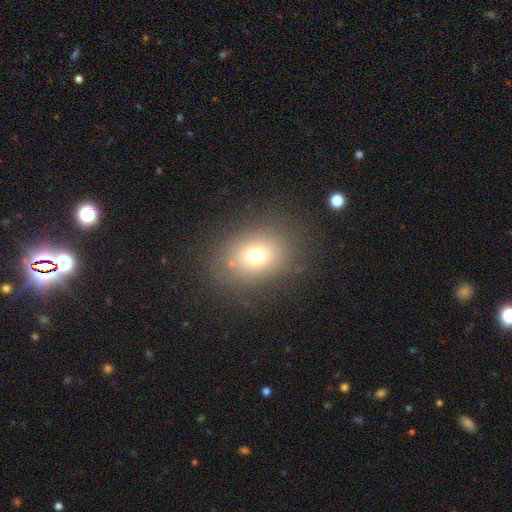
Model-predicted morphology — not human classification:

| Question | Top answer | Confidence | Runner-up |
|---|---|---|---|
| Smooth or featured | smooth | 70% | star or artifact (18%) |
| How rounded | in between | 51% | round (48%) |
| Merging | none | 80% | minor disturbance (11%) |